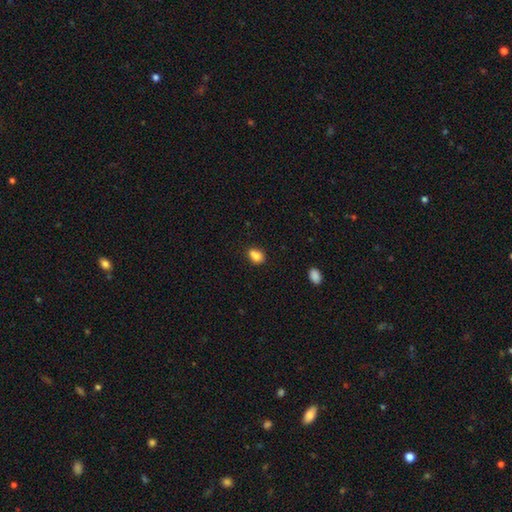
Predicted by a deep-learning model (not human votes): Q: Smooth or featured?
A: smooth (82%); runner-up: star or artifact (10%)
Q: How rounded?
A: in between (68%); runner-up: round (31%)
Q: Merging?
A: none (60%); runner-up: merger (18%)